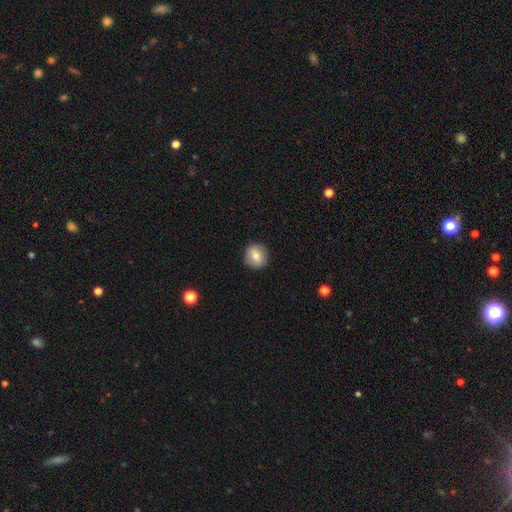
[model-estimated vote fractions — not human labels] smooth 73%, featured or disk 19%, star or artifact 8%. Down the decision tree: how rounded — round (89%); merging — none (88%).